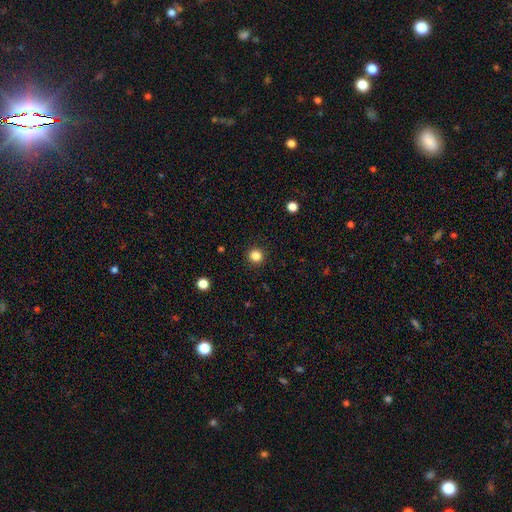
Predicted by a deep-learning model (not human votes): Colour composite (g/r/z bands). It shows a smooth galaxy with no disk features (85%) that is round (94%). Merging: none (92%).